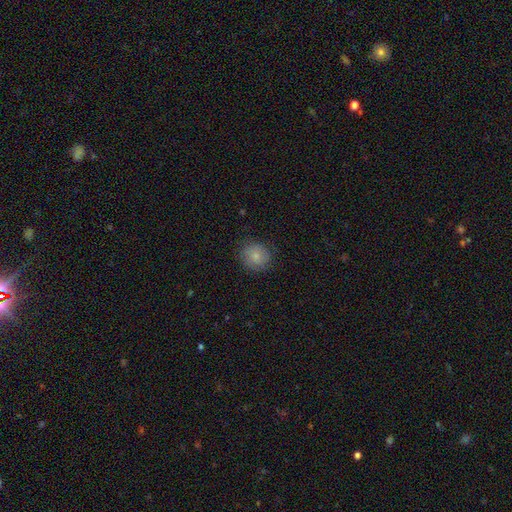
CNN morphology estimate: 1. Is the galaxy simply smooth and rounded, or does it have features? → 81% smooth, 11% featured or disk, 8% star or artifact.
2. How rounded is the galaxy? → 86% round, 14% in between, 1% cigar-shaped.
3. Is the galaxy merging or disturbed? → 80% none, 15% minor disturbance, 4% major disturbance, 1% merger.